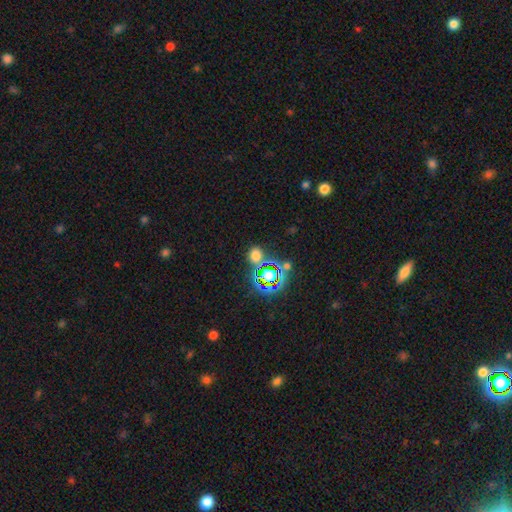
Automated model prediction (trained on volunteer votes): Morphology: type=smooth (57%); roundness=round (64%); merging=none (72%).